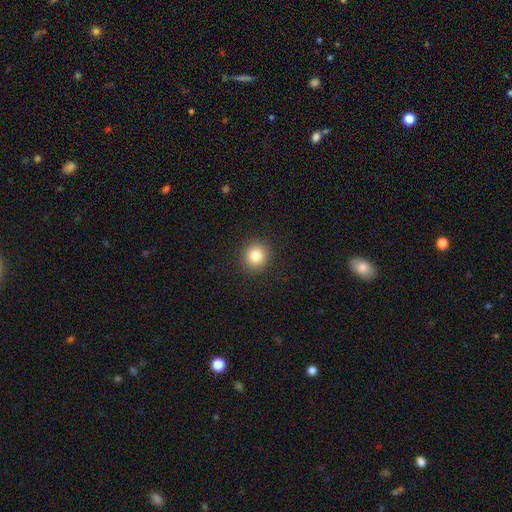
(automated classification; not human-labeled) smooth_or_featured: smooth (p=0.83) [alt: star or artifact p=0.11]
how_rounded: round (p=0.89) [alt: in between p=0.10]
merging: none (p=0.91) [alt: minor disturbance p=0.06]